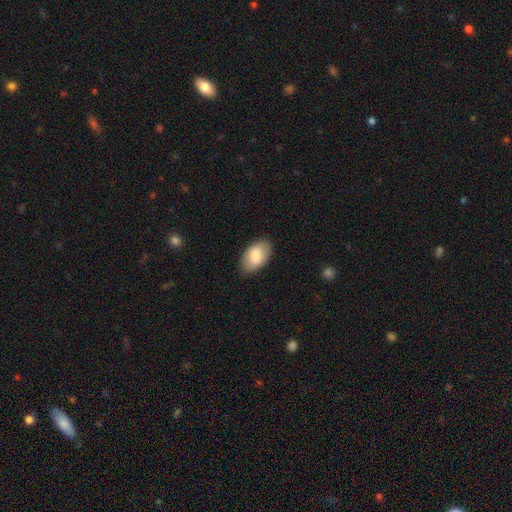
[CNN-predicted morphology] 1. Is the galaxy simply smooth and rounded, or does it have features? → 82% smooth, 12% featured or disk, 6% star or artifact.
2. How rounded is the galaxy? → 95% in between, 4% round, 1% cigar-shaped.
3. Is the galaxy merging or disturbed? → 84% none, 12% minor disturbance, 3% major disturbance, 1% merger.